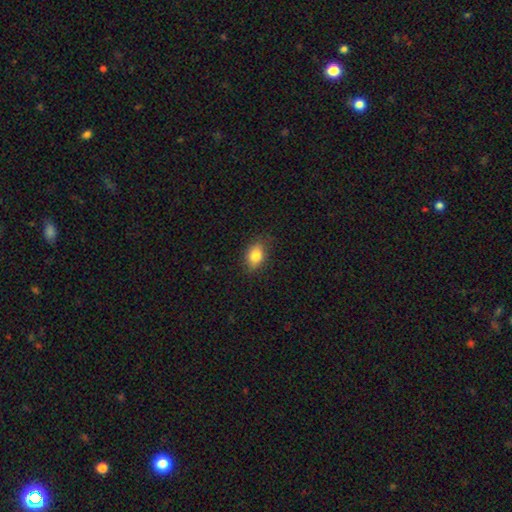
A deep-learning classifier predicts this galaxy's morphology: This appears to be a smooth galaxy with no disk features (83%) that is in between round and cigar-shaped (77%). Merging: none (80%).